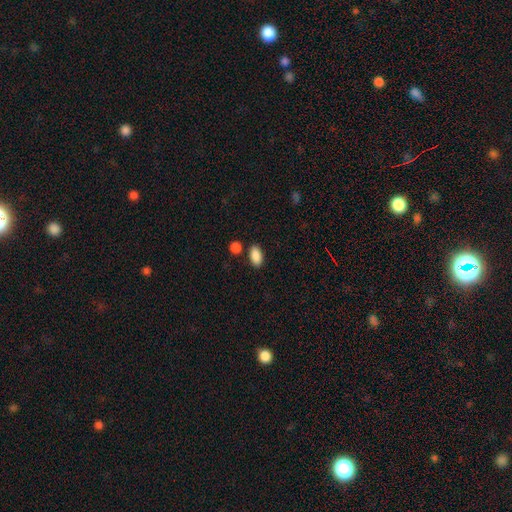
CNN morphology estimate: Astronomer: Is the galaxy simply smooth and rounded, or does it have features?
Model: smooth — 89%.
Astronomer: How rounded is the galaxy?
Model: in between — 92%.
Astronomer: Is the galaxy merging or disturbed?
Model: none — 81%.